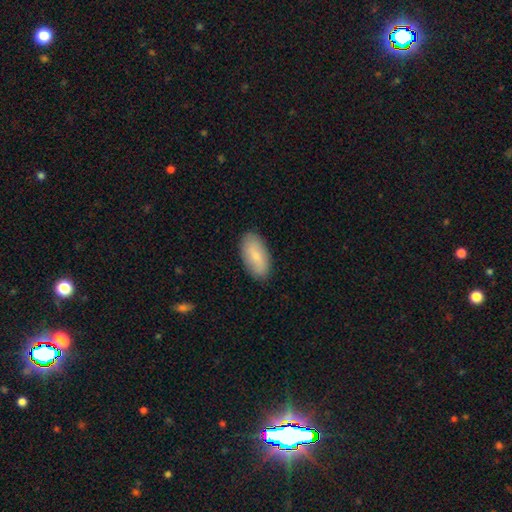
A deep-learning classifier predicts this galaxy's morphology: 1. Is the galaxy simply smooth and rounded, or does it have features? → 73% smooth, 21% featured or disk, 6% star or artifact.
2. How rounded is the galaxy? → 92% in between, 6% cigar-shaped, 2% round.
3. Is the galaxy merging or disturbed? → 87% none, 9% minor disturbance, 2% major disturbance, 1% merger.